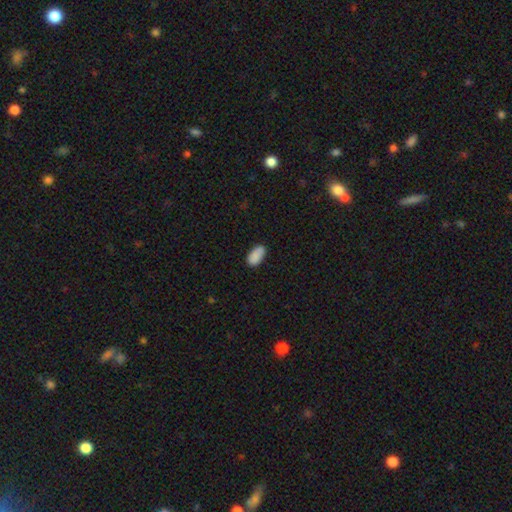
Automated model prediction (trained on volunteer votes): smooth-or-featured: smooth: 89% | star or artifact: 7% | featured or disk: 4%
  how-rounded: in between: 94% | round: 3% | cigar-shaped: 3%
  merging: none: 83% | minor disturbance: 13% | major disturbance: 2% | merger: 1%